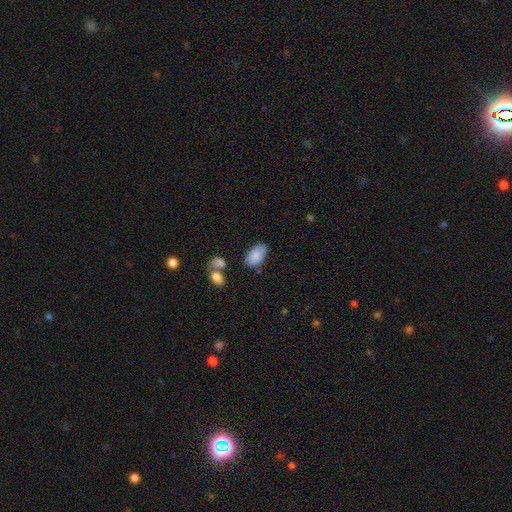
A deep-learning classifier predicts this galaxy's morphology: Overall: smooth (86%). How rounded: in between (94%). Merging: none (71%).